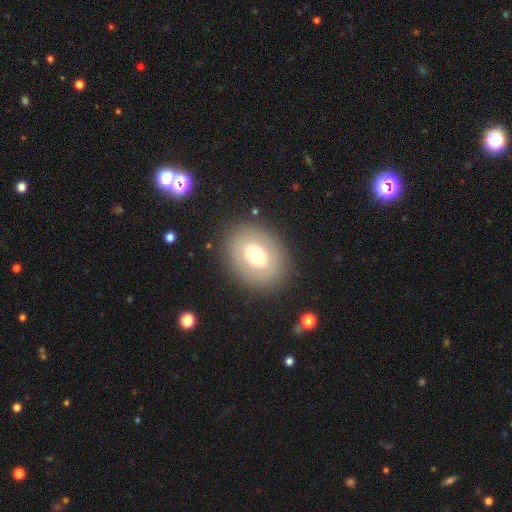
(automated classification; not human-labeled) smooth_or_featured: smooth (p=0.57) [alt: featured or disk p=0.35]
how_rounded: in between (p=0.57) [alt: round p=0.42]
merging: none (p=0.85) [alt: minor disturbance p=0.09]